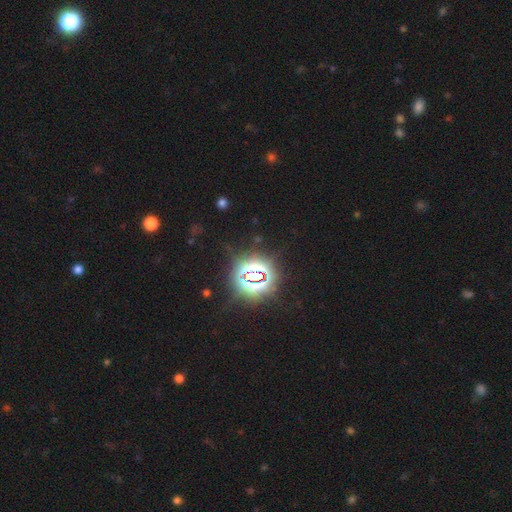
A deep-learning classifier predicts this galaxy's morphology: A star or artifact, not a galaxy (83%).